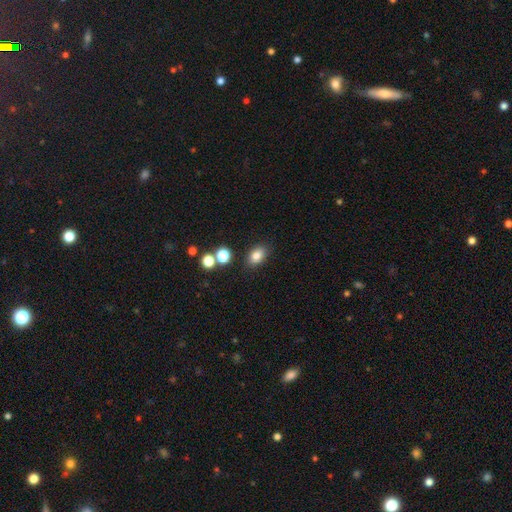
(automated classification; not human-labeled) Overall: smooth (80%). How rounded: in between (78%). Merging: none (82%).